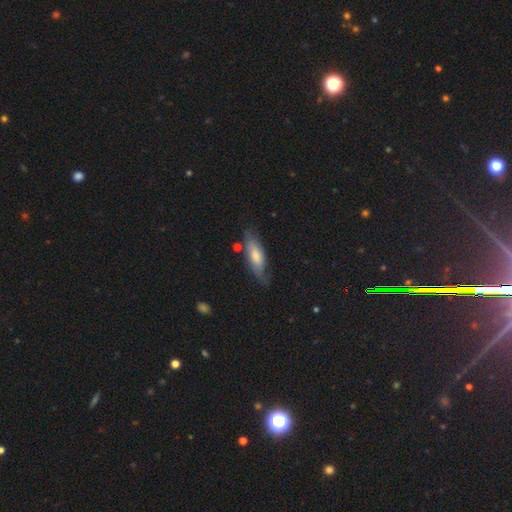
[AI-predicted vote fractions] Smooth or featured: smooth — 58% (featured or disk — 36%)
How rounded: in between — 60% (cigar-shaped — 38%)
Merging: none — 63% (minor disturbance — 25%)